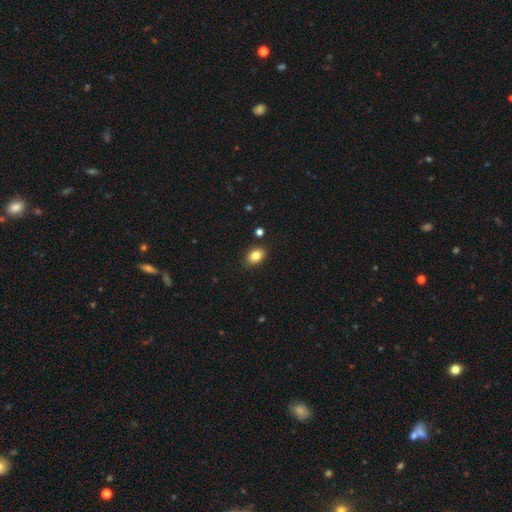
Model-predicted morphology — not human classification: This is clearly a smooth galaxy (83%). How rounded: likely in between (74%). Merging: clearly none (85%).